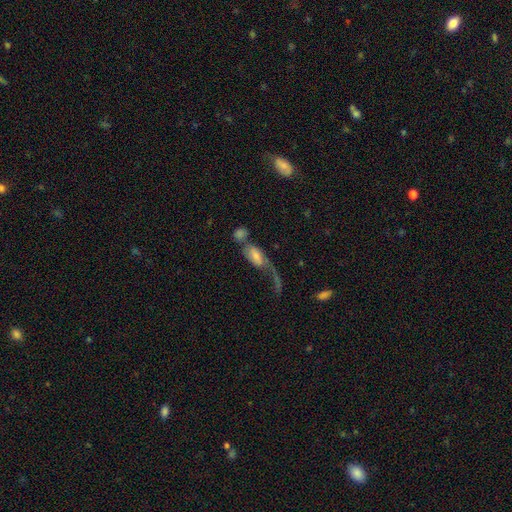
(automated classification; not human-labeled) Smooth or featured?
  - featured or disk: 49% *
  - smooth: 40%
  - star or artifact: 11%
Merging?
  - merger: 41% *
  - major disturbance: 31%
  - none: 18%
  - minor disturbance: 10%